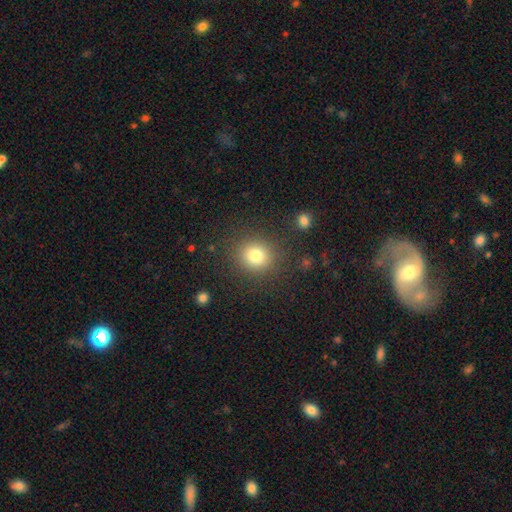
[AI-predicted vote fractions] The model was most divided on "smooth or featured": smooth: 79%, star or artifact: 13%, featured or disk: 7%. More confident: merging — none (86%); how rounded — round (86%).